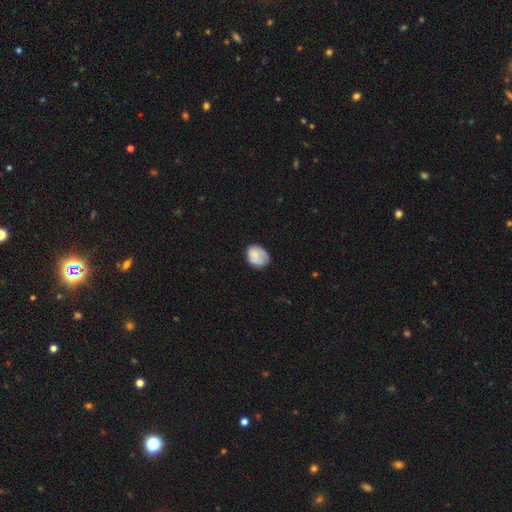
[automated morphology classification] This is likely a smooth galaxy (74%). How rounded: possibly in between (55%). Merging: likely none (64%).